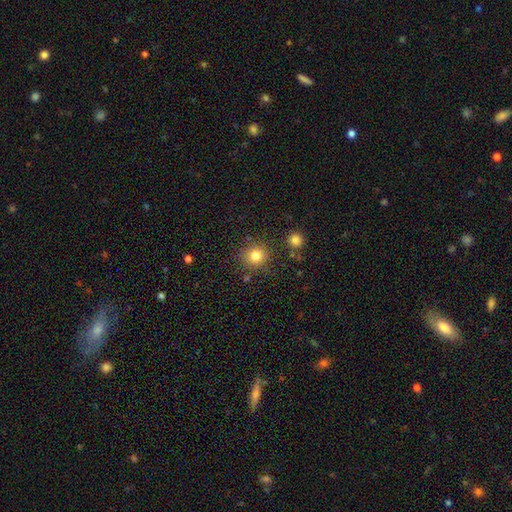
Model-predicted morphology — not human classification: type=smooth (82%); roundness=round (91%); merging=none (83%).